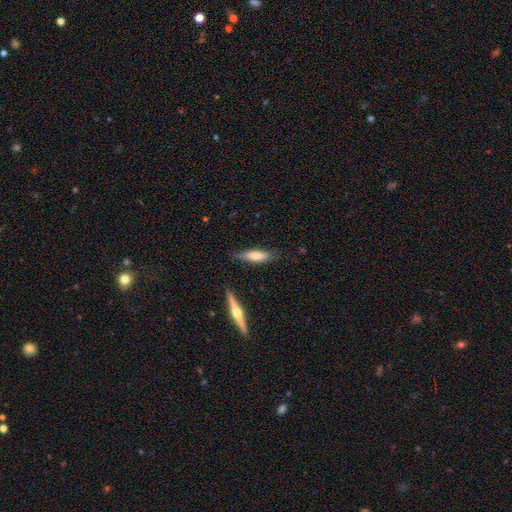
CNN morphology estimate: Q: Smooth or featured?
A: smooth (64%); runner-up: featured or disk (30%)
Q: How rounded?
A: cigar-shaped (66%); runner-up: in between (32%)
Q: Merging?
A: none (77%); runner-up: minor disturbance (16%)